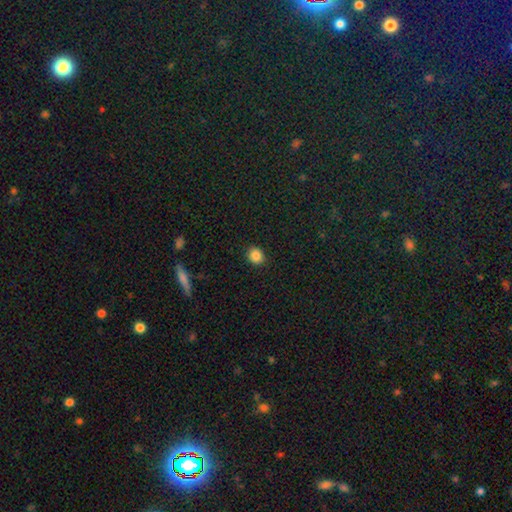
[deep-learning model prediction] smooth 85%, star or artifact 10%, featured or disk 5%. Down the decision tree: how rounded — round (76%); merging — none (90%).